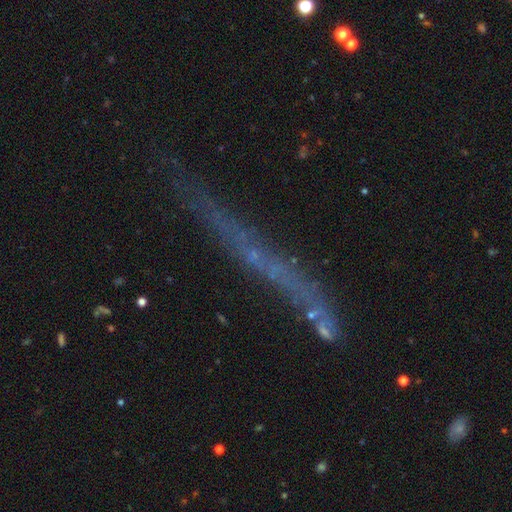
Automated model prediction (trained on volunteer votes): A featured or disk galaxy (42%).

Vote fractions:
- Smooth or featured? featured or disk: 42% / smooth: 29% / star or artifact: 28%
- Merging? none: 61% / minor disturbance: 17% / major disturbance: 12% / merger: 10%